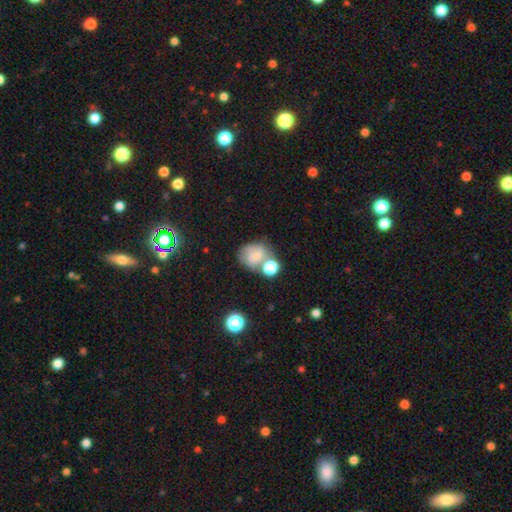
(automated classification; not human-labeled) Smooth or featured? smooth (59%)
How rounded? round (64%)
Merging? none (39%)